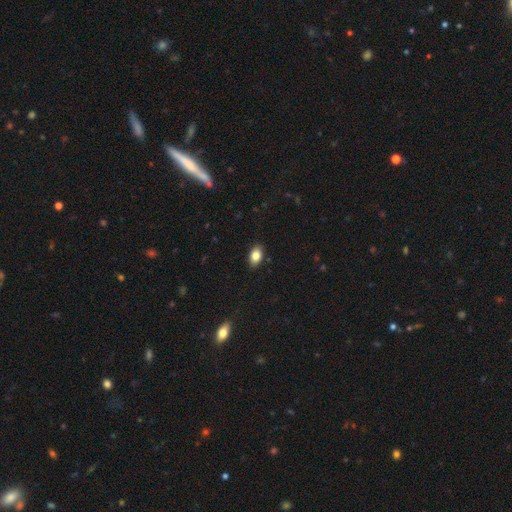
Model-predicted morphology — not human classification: smooth_or_featured: smooth (p=0.84) [alt: star or artifact p=0.08]
how_rounded: in between (p=0.89) [alt: round p=0.10]
merging: none (p=0.88) [alt: minor disturbance p=0.09]